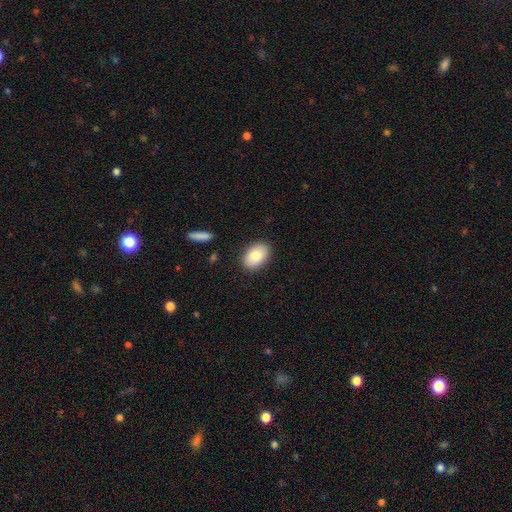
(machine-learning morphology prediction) Smooth or featured: smooth — 81% (featured or disk — 12%)
How rounded: in between — 85% (round — 14%)
Merging: none — 87% (minor disturbance — 9%)